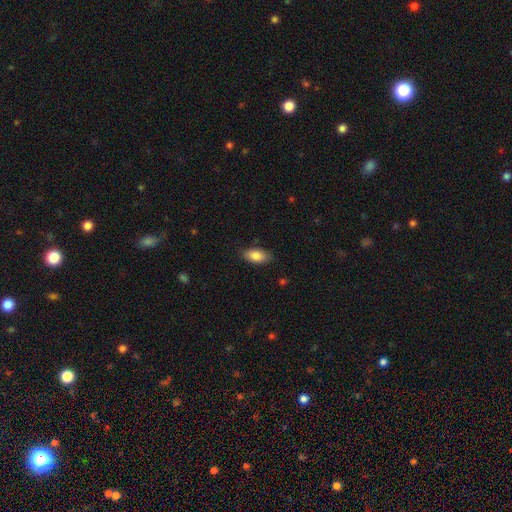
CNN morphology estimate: Smooth or featured: smooth — 85% (featured or disk — 8%)
How rounded: in between — 91% (cigar-shaped — 6%)
Merging: none — 84% (minor disturbance — 13%)